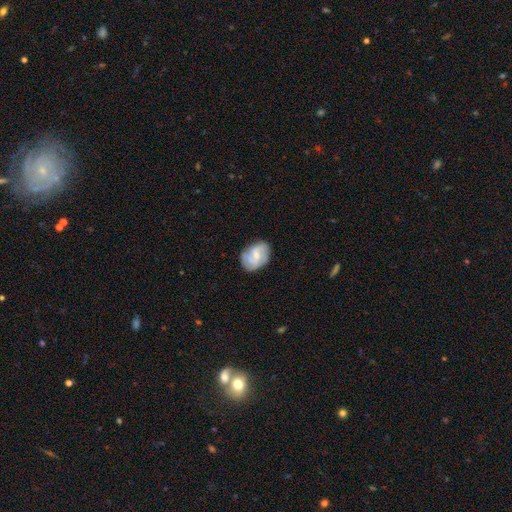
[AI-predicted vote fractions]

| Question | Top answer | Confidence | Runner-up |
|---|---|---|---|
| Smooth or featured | featured or disk | 61% | smooth (33%) |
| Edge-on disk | no | 97% | yes (3%) |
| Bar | weak | 51% | no (37%) |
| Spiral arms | yes | 87% | no (13%) |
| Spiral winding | medium | 45% | tight (30%) |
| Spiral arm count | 2 | 51% | can't tell (21%) |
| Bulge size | small | 51% | moderate (38%) |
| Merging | none | 74% | minor disturbance (20%) |